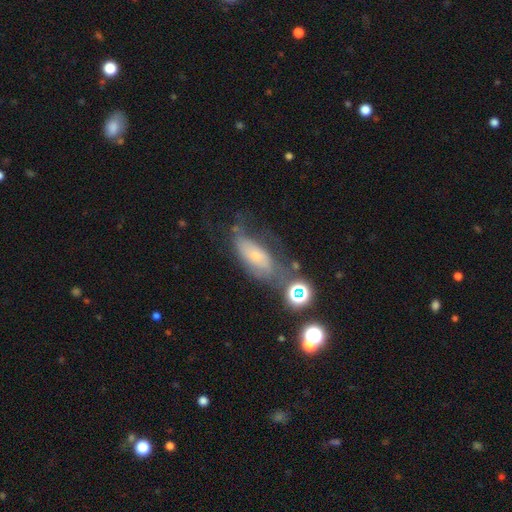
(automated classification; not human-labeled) Smooth or featured: featured or disk — 45% (smooth — 39%)
Merging: none — 39% (minor disturbance — 27%)